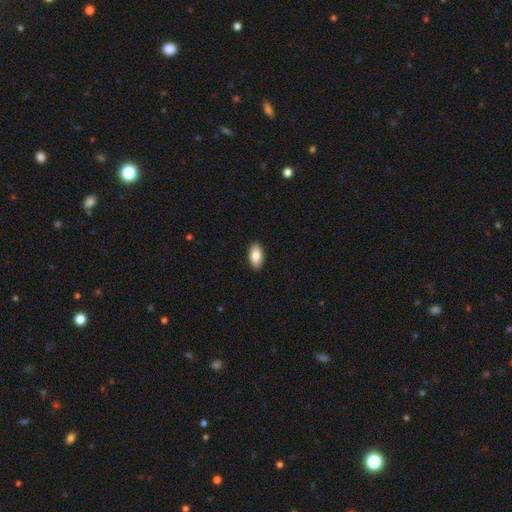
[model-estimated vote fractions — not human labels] This appears to be a smooth galaxy with no disk features (86%) that is in between round and cigar-shaped (94%). Merging: none (90%).